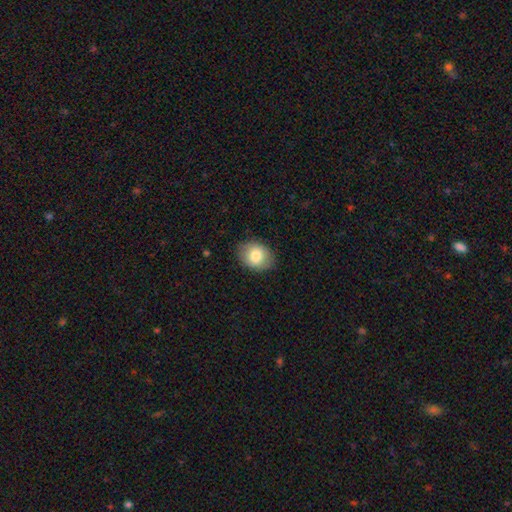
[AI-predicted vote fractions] Smooth or featured? smooth (81%)
How rounded? in between (65%)
Merging? none (84%)